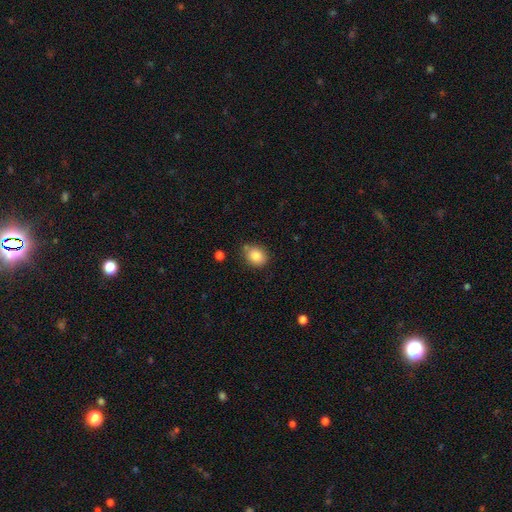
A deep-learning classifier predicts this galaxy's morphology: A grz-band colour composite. It shows a smooth galaxy with no disk features (85%) that is round (51%). Merging: none (75%).